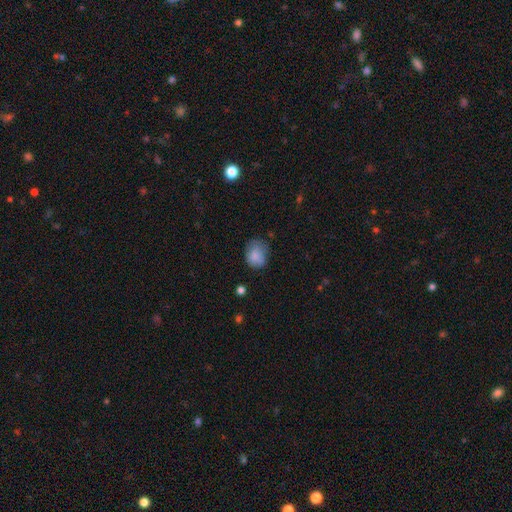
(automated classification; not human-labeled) Smooth or featured?
  - smooth: 82% *
  - featured or disk: 10%
  - star or artifact: 9%
How rounded?
  - round: 55% *
  - in between: 44%
  - cigar-shaped: 1%
Merging?
  - none: 58% *
  - minor disturbance: 30%
  - major disturbance: 10%
  - merger: 2%